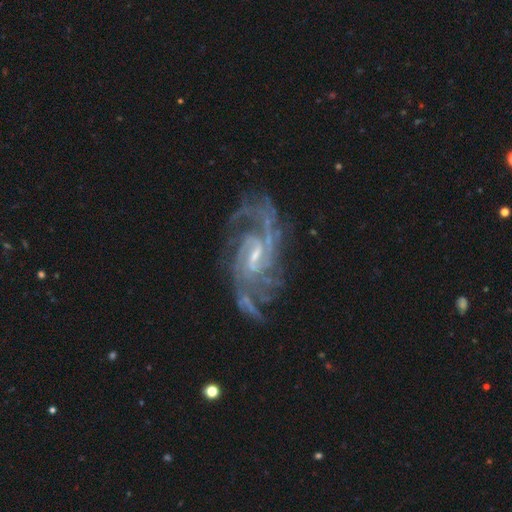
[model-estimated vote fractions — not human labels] Smooth or featured? Predicted: featured or disk (p=0.90). Edge-on disk? Predicted: no (p=0.97). Bar? Predicted: weak (p=0.57). Spiral arms? Predicted: yes (p=0.97). Spiral winding? Predicted: medium (p=0.47). Spiral arm count? Predicted: 2 (p=0.34). Bulge size? Predicted: small (p=0.62). Merging? Predicted: none (p=0.64).